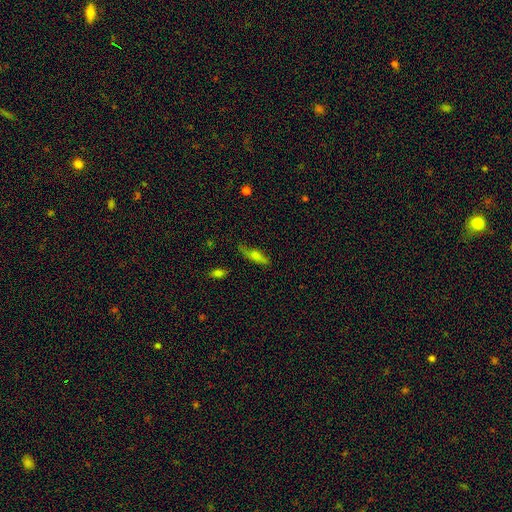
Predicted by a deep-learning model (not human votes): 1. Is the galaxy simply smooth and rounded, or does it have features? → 57% smooth, 31% featured or disk, 12% star or artifact.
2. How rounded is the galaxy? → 59% cigar-shaped, 37% in between, 4% round.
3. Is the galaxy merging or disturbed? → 66% none, 24% minor disturbance, 8% major disturbance, 3% merger.